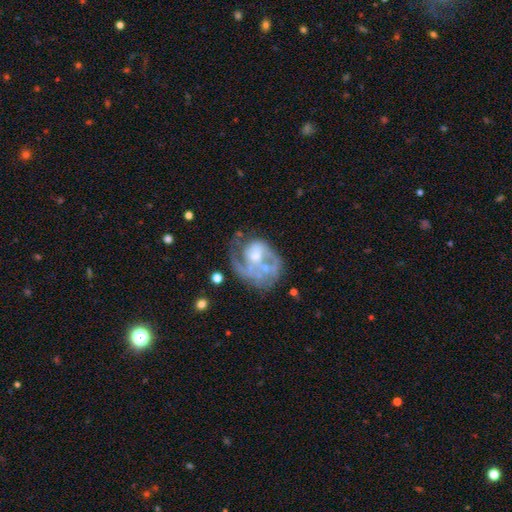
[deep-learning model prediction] Smooth or featured? Predicted: featured or disk (p=0.75). Edge-on disk? Predicted: no (p=0.98). Bar? Predicted: no (p=0.67). Spiral arms? Predicted: yes (p=0.73). Spiral winding? Predicted: tight (p=0.39). Spiral arm count? Predicted: 1 (p=0.49). Bulge size? Predicted: moderate (p=0.42). Merging? Predicted: none (p=0.39).